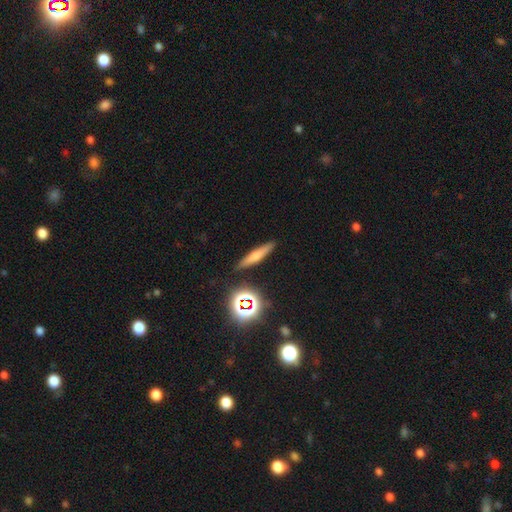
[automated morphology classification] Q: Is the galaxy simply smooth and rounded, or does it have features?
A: smooth — 53%.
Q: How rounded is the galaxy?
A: cigar-shaped — 84%.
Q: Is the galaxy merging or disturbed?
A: none — 87%.